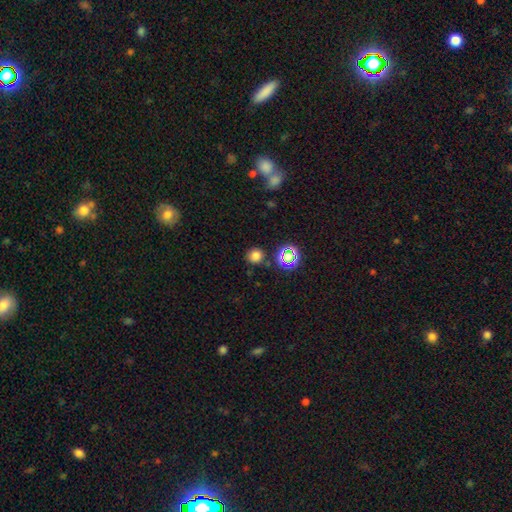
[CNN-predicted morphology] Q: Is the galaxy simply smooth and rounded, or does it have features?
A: smooth — 74%.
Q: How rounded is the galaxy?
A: round — 90%.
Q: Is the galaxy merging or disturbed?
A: none — 83%.